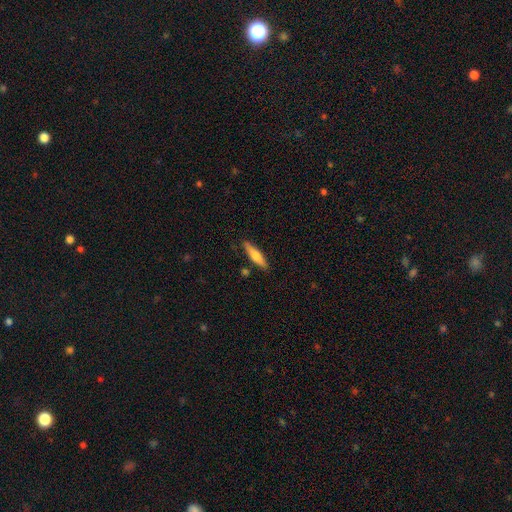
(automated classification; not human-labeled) Morphology: type=smooth (62%); roundness=cigar-shaped (79%); merging=none (85%).